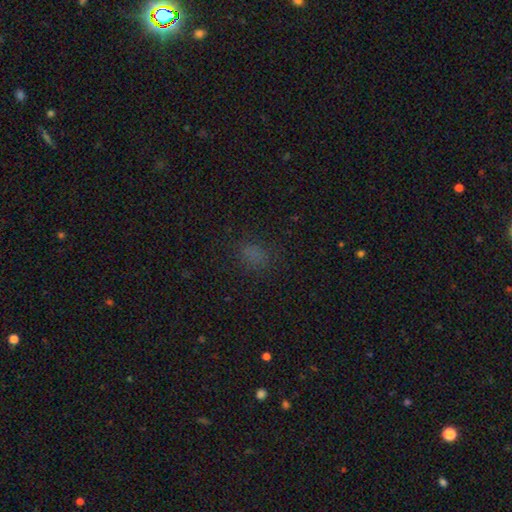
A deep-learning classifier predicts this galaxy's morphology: smooth-or-featured: smooth: 70% | star or artifact: 23% | featured or disk: 6%
  how-rounded: in between: 66% | round: 32% | cigar-shaped: 2%
  merging: none: 78% | minor disturbance: 15% | major disturbance: 6% | merger: 2%